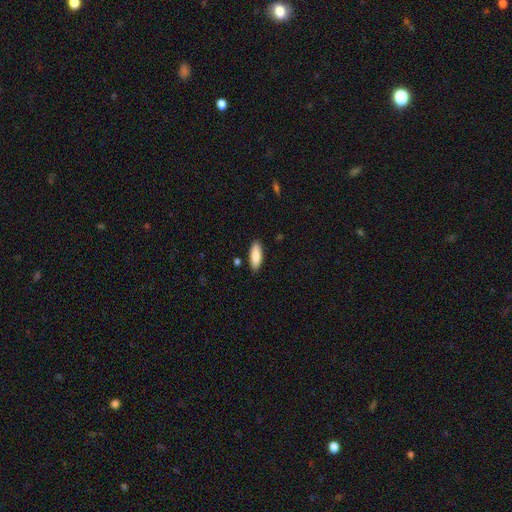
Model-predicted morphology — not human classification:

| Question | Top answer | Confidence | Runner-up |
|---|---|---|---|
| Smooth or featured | smooth | 86% | featured or disk (8%) |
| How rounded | in between | 70% | cigar-shaped (28%) |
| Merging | none | 87% | minor disturbance (9%) |